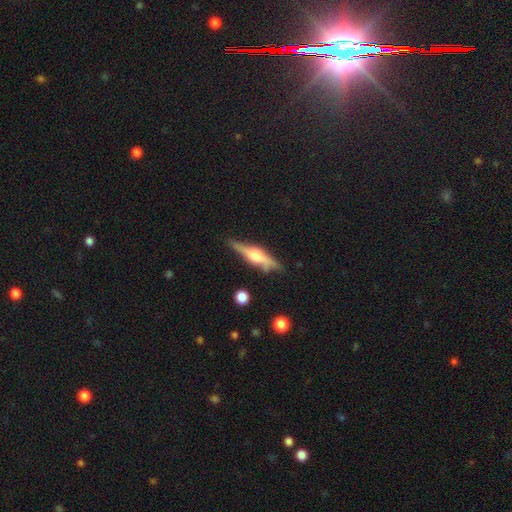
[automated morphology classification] type=featured or disk (70%); edge-on=yes (96%); edge-on bulge=rounded (84%); merging=none (81%).